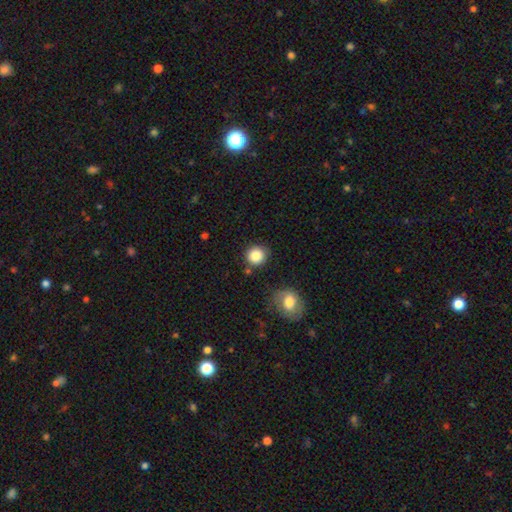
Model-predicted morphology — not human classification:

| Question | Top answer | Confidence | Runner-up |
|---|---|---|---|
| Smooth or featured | smooth | 85% | star or artifact (10%) |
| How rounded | round | 91% | in between (8%) |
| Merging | none | 82% | minor disturbance (10%) |